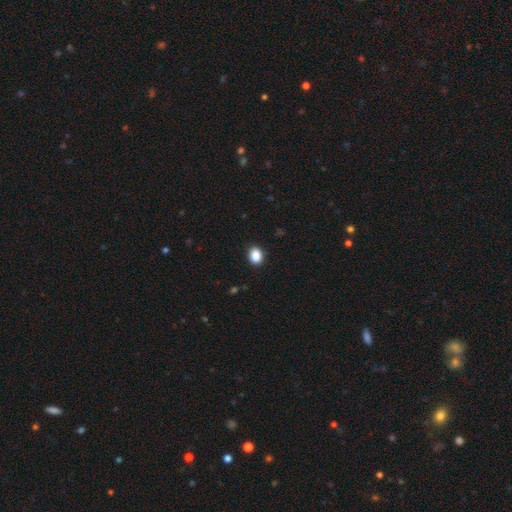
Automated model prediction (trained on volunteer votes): Smooth or featured? smooth (89%)
How rounded? in between (55%)
Merging? none (89%)